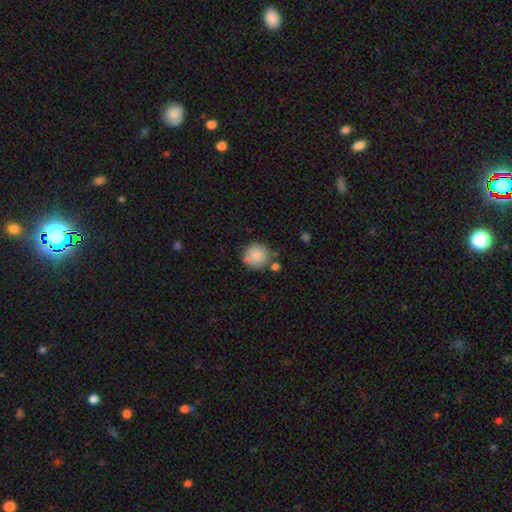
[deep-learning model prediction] Morphology: type=smooth (83%); roundness=round (92%); merging=none (69%).